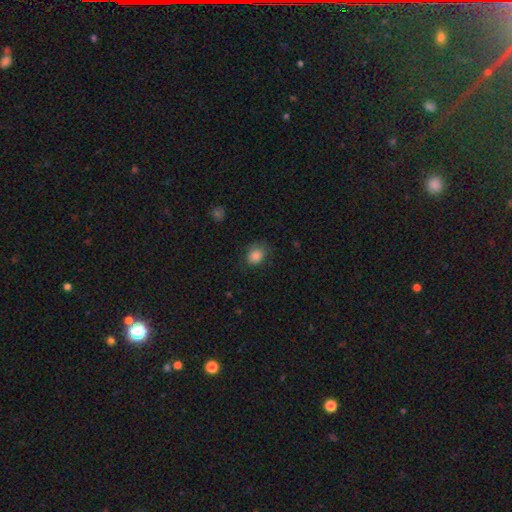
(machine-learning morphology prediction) Smooth or featured? Predicted: smooth (p=0.84). How rounded? Predicted: in between (p=0.58). Merging? Predicted: none (p=0.71).